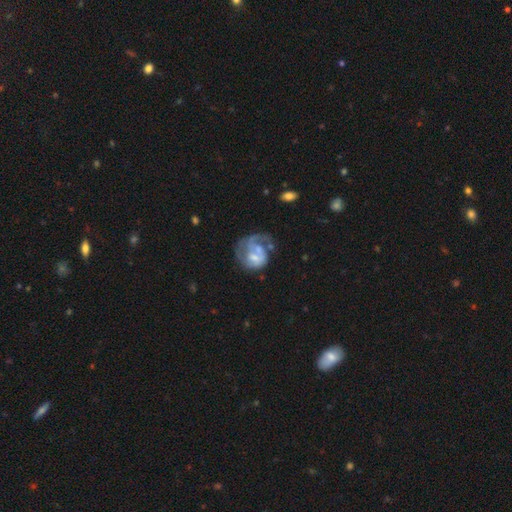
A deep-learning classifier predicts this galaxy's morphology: The model was most divided on "bulge size": moderate: 38%, small: 34%, none: 19%, large: 7%, dominant: 2%. Remaining: edge-on disk — no (98%); smooth or featured — featured or disk (68%); spiral arms — yes (67%); bar — no (59%); merging — major disturbance (38%).